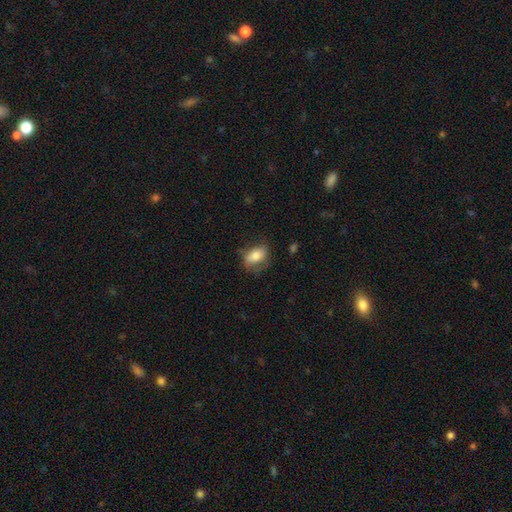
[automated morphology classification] Smooth or featured?
  - smooth: 74% *
  - featured or disk: 18%
  - star or artifact: 8%
How rounded?
  - in between: 85% *
  - round: 12%
  - cigar-shaped: 3%
Merging?
  - none: 53% *
  - minor disturbance: 29%
  - major disturbance: 16%
  - merger: 2%